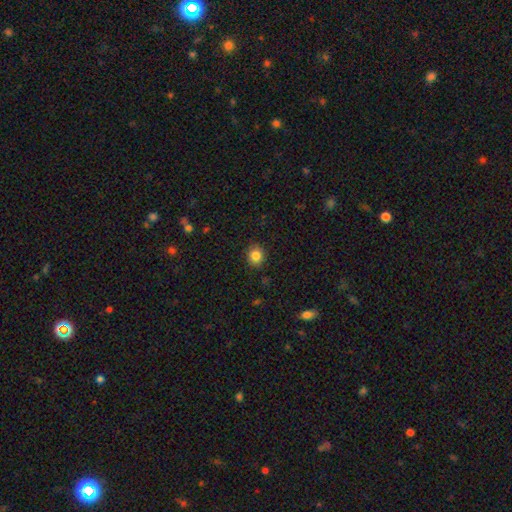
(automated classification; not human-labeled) Smooth or featured? Predicted: smooth (p=0.85). How rounded? Predicted: round (p=0.81). Merging? Predicted: none (p=0.89).